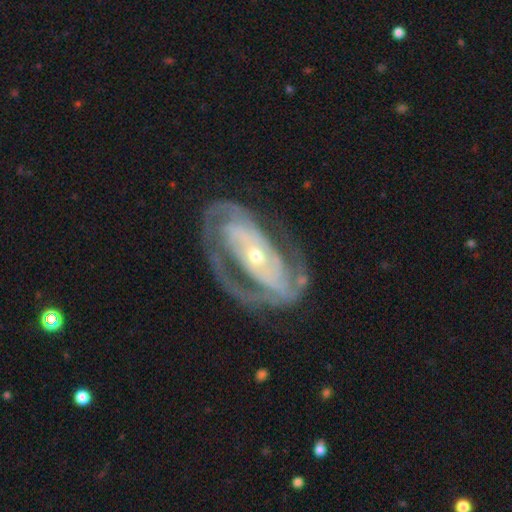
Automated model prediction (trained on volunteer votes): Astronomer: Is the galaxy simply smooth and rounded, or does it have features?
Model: featured or disk — 88%.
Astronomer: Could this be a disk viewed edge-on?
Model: no — 94%.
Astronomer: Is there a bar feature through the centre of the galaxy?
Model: no — 51% (runner-up: strong, 26%).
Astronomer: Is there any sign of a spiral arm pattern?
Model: yes — 91%.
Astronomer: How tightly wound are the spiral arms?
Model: tight — 57% (runner-up: medium, 33%).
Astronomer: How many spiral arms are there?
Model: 2 — 66%.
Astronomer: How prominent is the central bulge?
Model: small — 65%.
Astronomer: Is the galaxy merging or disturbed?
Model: none — 66%.